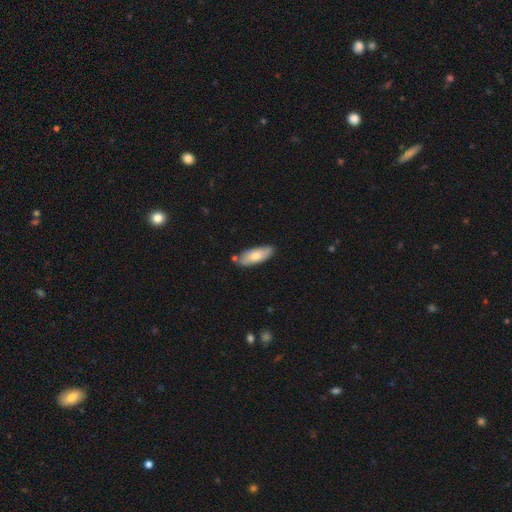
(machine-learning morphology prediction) Overall: smooth (72%). How rounded: in between (72%). Merging: none (78%).